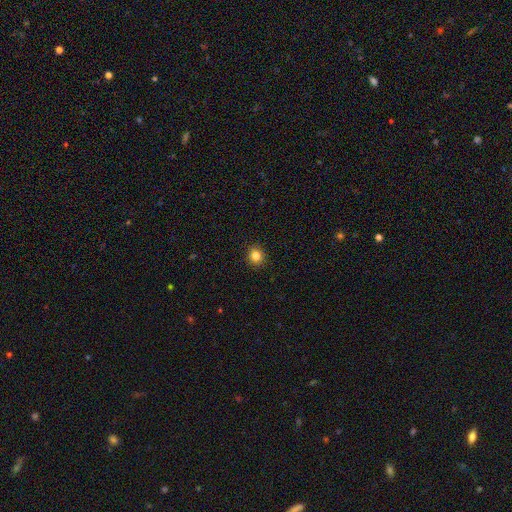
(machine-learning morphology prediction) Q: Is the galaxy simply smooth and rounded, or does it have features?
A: smooth — 83%.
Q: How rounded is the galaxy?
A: round — 81%.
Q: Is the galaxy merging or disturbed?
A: none — 92%.